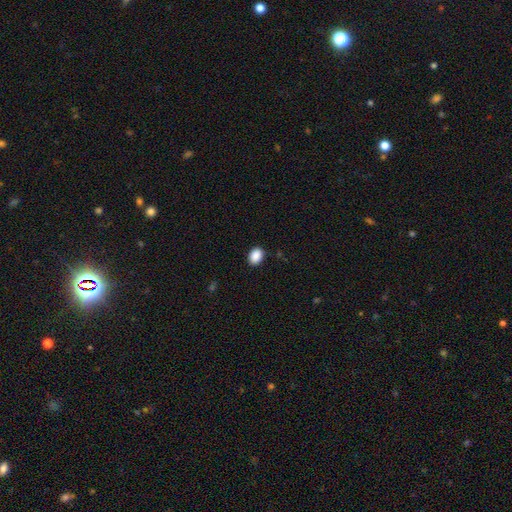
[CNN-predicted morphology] This appears to be a smooth galaxy with no disk features (90%) that is in between round and cigar-shaped (72%). Merging: none (88%).